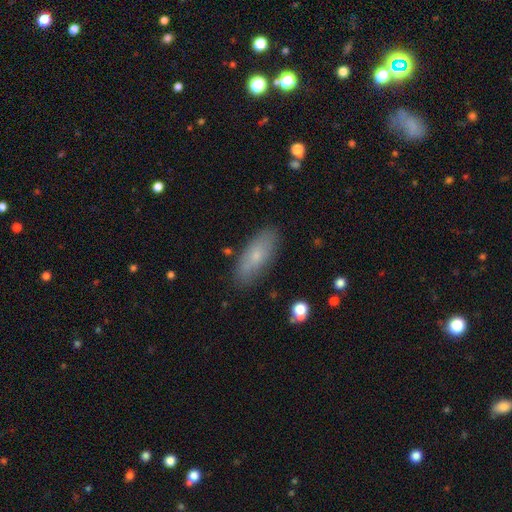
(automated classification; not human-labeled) The model was most divided on "how rounded": in between: 72%, cigar-shaped: 26%, round: 3%. More confident: merging — none (84%); smooth or featured — smooth (70%).